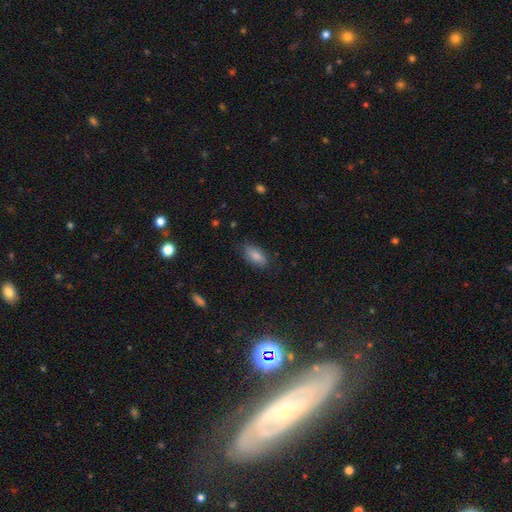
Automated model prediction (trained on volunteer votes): Overall: smooth (82%). How rounded: in between (90%). Merging: none (78%).